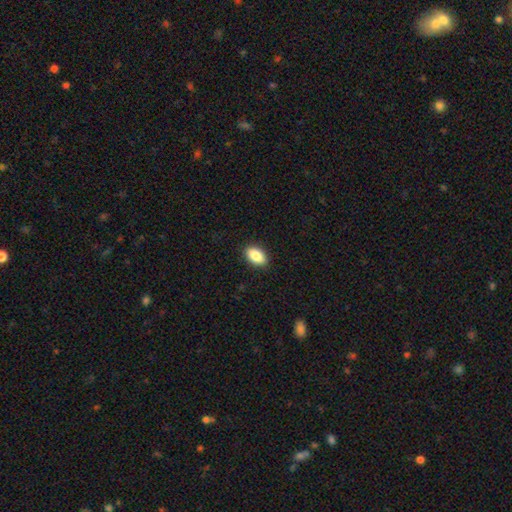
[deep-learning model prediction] Overall: smooth (88%). How rounded: in between (92%). Merging: none (90%).